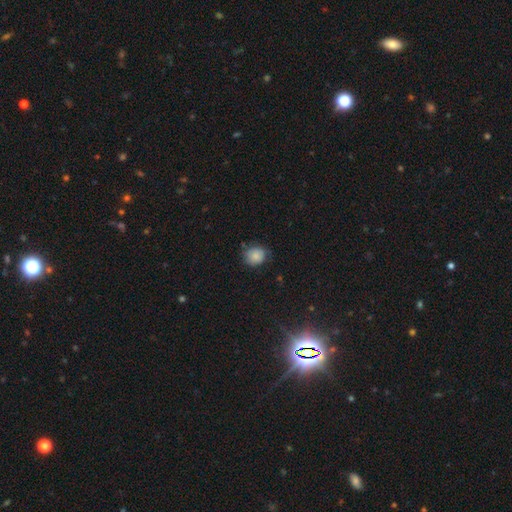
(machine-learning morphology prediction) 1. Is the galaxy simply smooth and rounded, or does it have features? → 84% smooth, 9% star or artifact, 8% featured or disk.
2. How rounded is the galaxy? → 78% round, 21% in between, 1% cigar-shaped.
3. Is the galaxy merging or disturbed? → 68% none, 25% minor disturbance, 5% major disturbance, 2% merger.